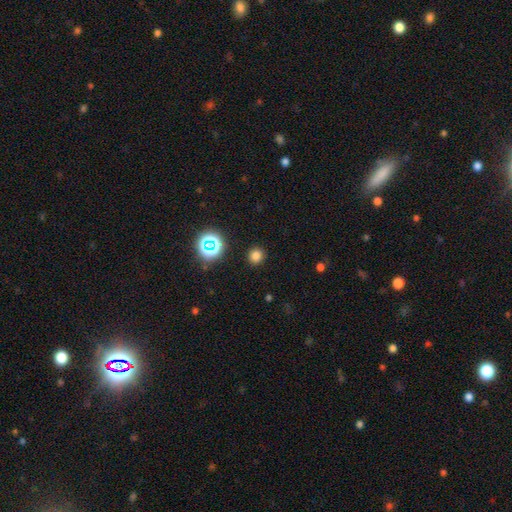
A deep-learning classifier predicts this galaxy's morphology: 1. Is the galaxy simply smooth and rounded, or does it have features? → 76% smooth, 19% star or artifact, 5% featured or disk.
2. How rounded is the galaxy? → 88% round, 11% in between, 1% cigar-shaped.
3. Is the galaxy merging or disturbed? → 90% none, 6% minor disturbance, 3% major disturbance, 1% merger.